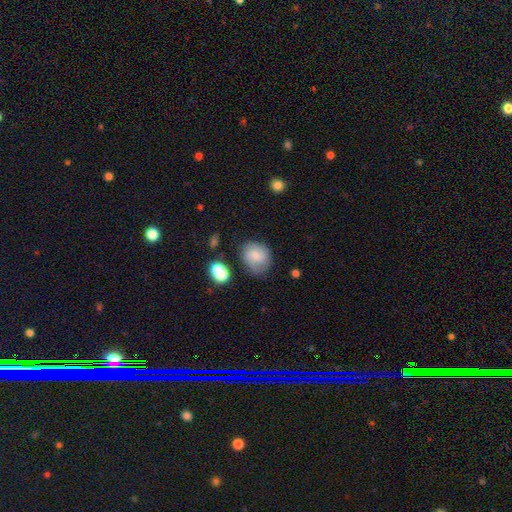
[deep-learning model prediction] Smooth or featured: smooth — 49% (featured or disk — 41%)
Merging: none — 68% (minor disturbance — 21%)